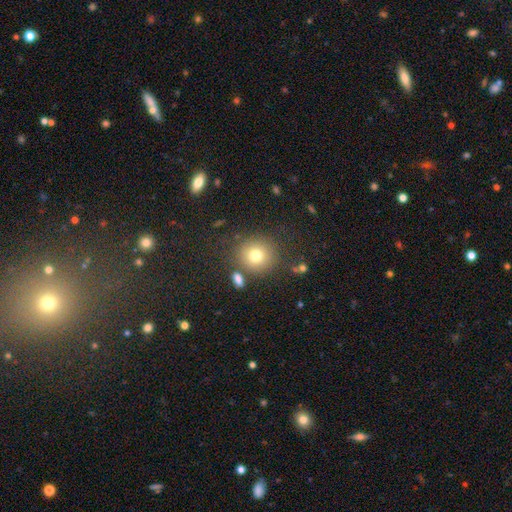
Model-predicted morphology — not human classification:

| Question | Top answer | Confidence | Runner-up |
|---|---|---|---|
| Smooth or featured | smooth | 76% | star or artifact (13%) |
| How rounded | round | 88% | in between (11%) |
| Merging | none | 78% | minor disturbance (10%) |